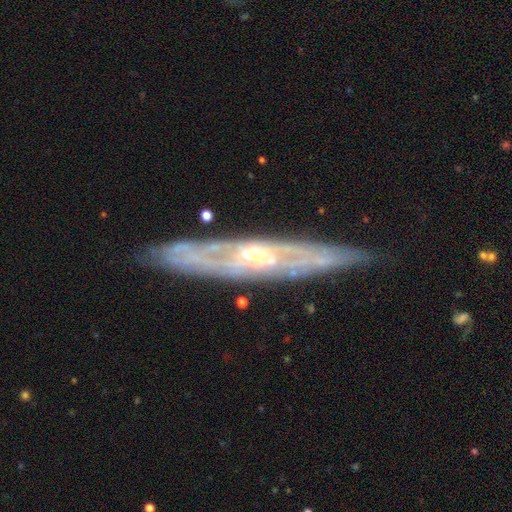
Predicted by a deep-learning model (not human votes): Smooth or featured? featured or disk (83%)
Edge-on disk? yes (50%, tied with no)
Merging? none (81%)